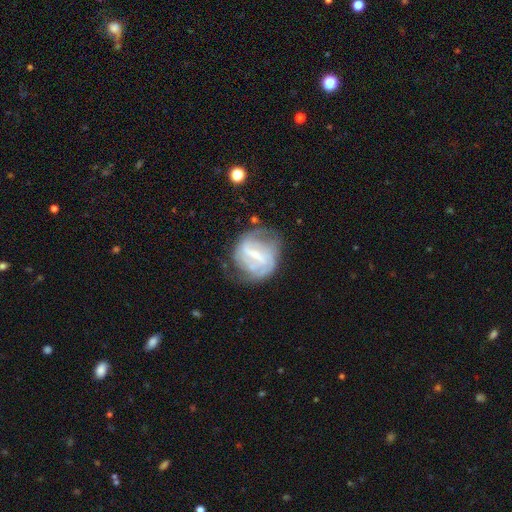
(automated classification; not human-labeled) featured or disk 77%, smooth 16%, star or artifact 7%. Down the decision tree: edge-on disk — no (97%); bar — strong (52%); spiral arms — yes (81%); spiral arm count — 2 (49%); spiral winding — tight (42%); bulge size — small (46%); merging — none (55%).